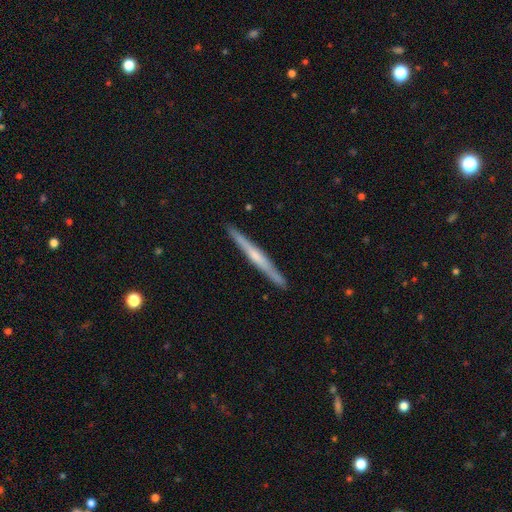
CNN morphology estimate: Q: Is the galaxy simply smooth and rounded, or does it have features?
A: featured or disk — 64%.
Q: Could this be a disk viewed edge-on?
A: yes — 98%.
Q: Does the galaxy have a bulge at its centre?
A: rounded — 48%.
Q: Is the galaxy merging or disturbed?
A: none — 92%.